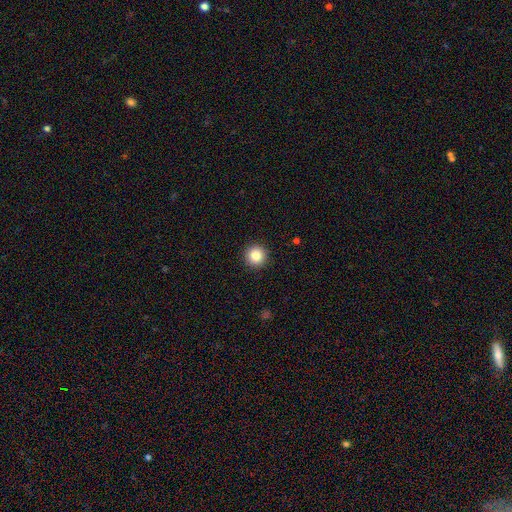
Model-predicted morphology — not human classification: Smooth or featured? Predicted: smooth (p=0.85). How rounded? Predicted: round (p=0.96). Merging? Predicted: none (p=0.93).